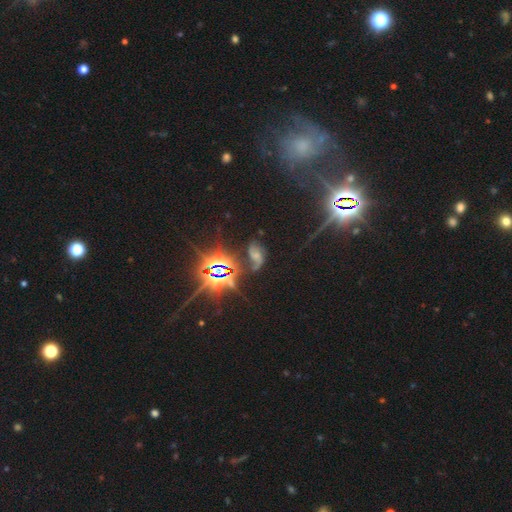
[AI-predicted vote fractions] Morphology: type=featured or disk (48%); merging=none (49%).